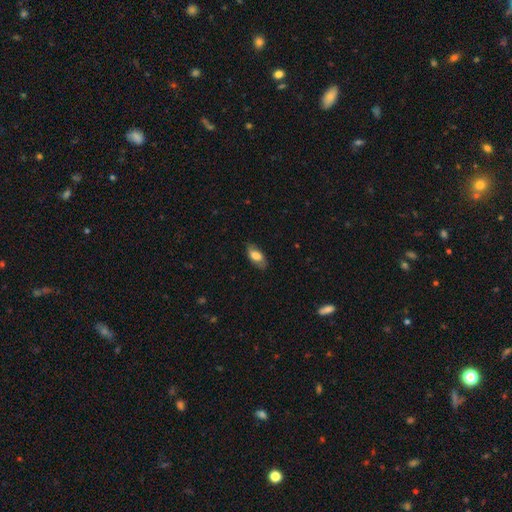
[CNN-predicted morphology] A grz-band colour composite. It shows a smooth galaxy with no disk features (71%) that is in between round and cigar-shaped (87%). Merging: none (79%).